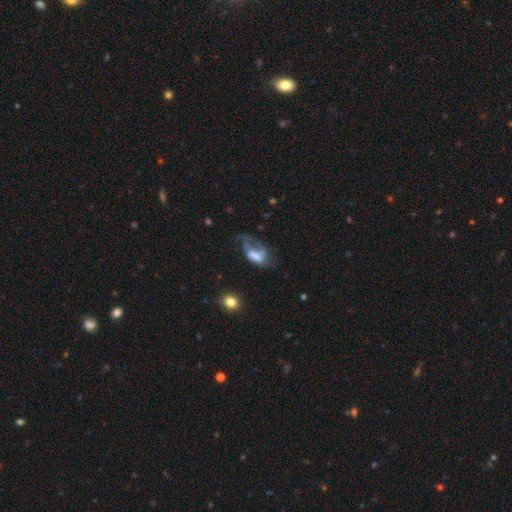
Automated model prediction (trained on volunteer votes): smooth-or-featured: smooth: 47% | featured or disk: 43% | star or artifact: 10%
  merging: major disturbance: 56% | none: 20% | minor disturbance: 18% | merger: 6%